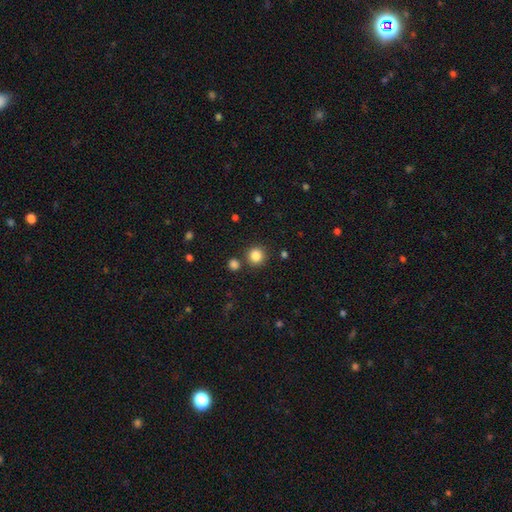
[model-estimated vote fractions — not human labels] This appears to be a smooth galaxy with no disk features (85%) that is round (93%). Merging: none (84%).